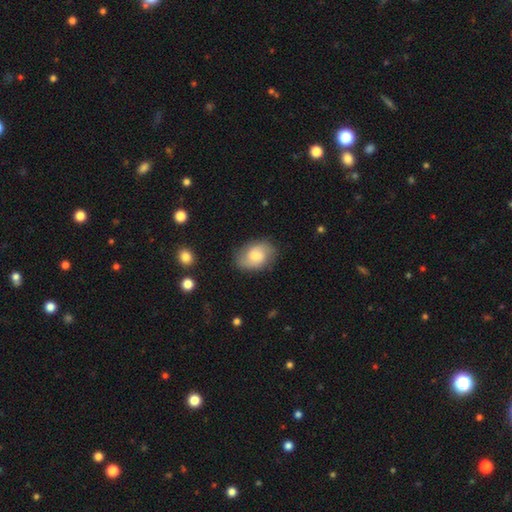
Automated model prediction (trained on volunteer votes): Smooth or featured?
  - smooth: 51% *
  - featured or disk: 41%
  - star or artifact: 7%
How rounded?
  - in between: 76% *
  - round: 23%
  - cigar-shaped: 1%
Merging?
  - none: 76% *
  - minor disturbance: 17%
  - major disturbance: 5%
  - merger: 1%